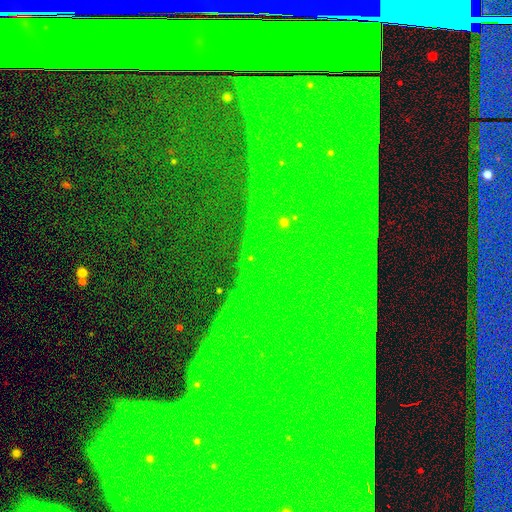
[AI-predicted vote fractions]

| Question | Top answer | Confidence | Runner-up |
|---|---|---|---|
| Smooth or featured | star or artifact | 86% | featured or disk (8%) |